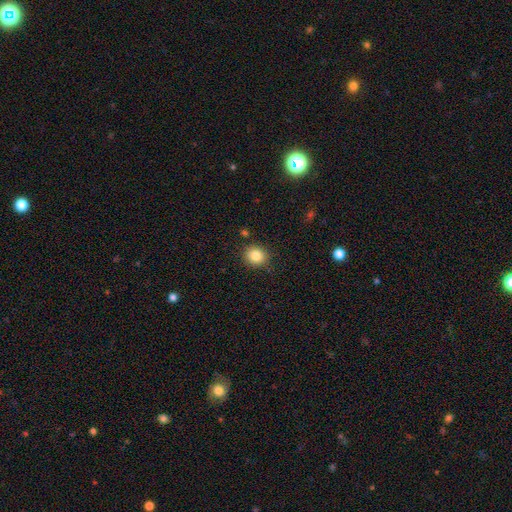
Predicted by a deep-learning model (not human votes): smooth 85%, star or artifact 10%, featured or disk 5%. Down the decision tree: how rounded — round (79%); merging — none (87%).